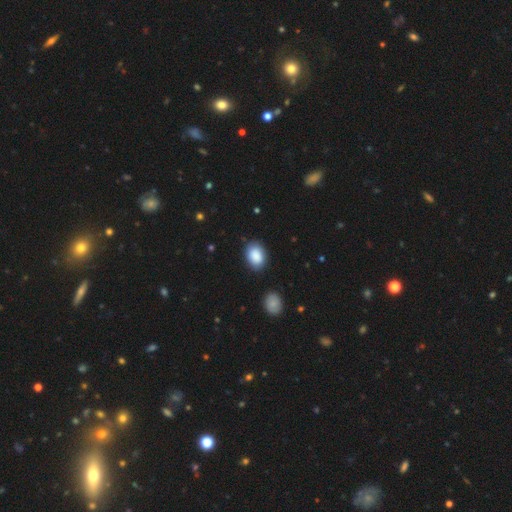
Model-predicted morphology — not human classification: Q: Smooth or featured?
A: smooth (88%); runner-up: star or artifact (7%)
Q: How rounded?
A: in between (79%); runner-up: round (20%)
Q: Merging?
A: none (82%); runner-up: minor disturbance (13%)